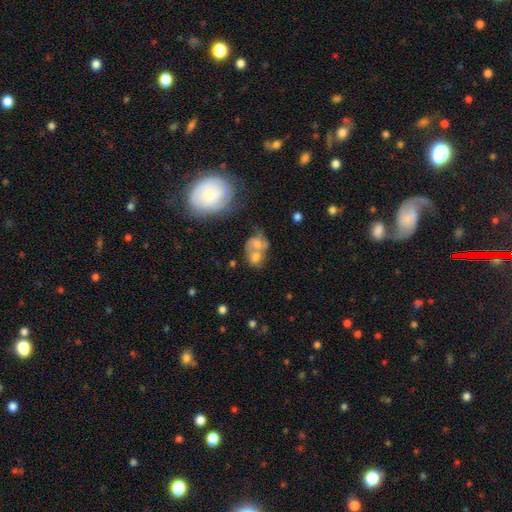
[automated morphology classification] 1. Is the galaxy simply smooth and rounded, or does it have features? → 47% smooth, 39% featured or disk, 14% star or artifact.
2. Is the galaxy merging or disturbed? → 46% merger, 34% none, 12% minor disturbance, 9% major disturbance.